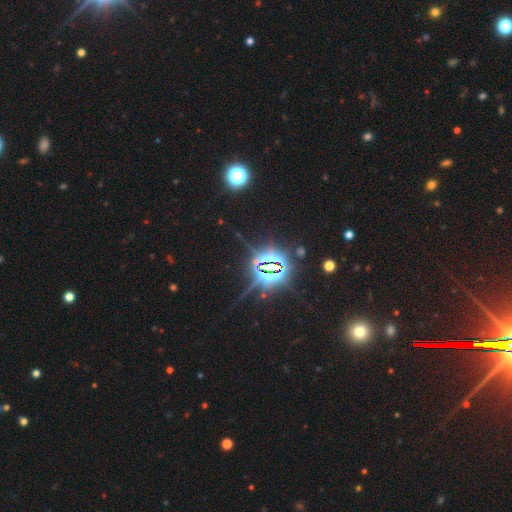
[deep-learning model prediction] Smooth or featured?
  - star or artifact: 85% *
  - smooth: 8%
  - featured or disk: 7%